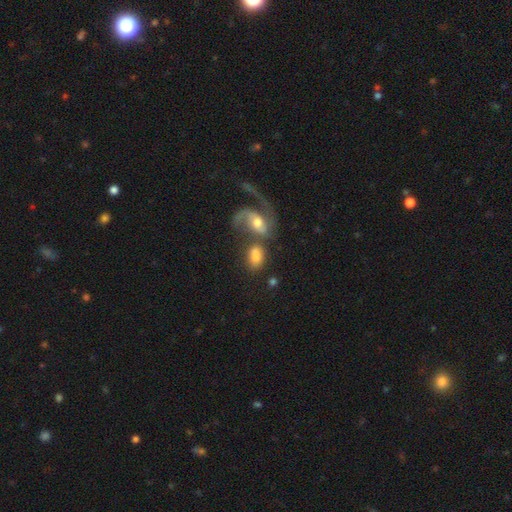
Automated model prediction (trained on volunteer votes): smooth-or-featured: smooth: 62% | featured or disk: 30% | star or artifact: 9%
  how-rounded: in between: 83% | round: 15% | cigar-shaped: 2%
  merging: merger: 49% | none: 28% | major disturbance: 12% | minor disturbance: 11%